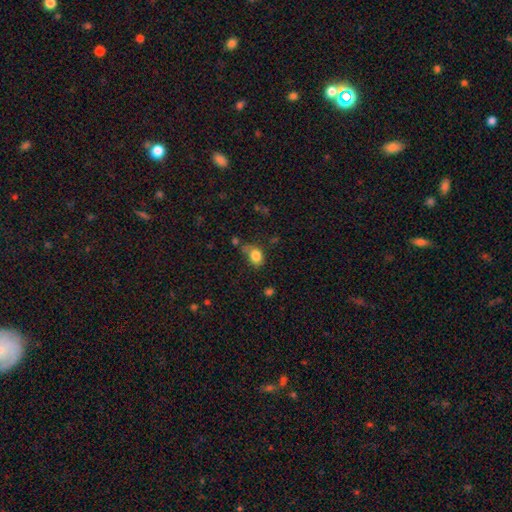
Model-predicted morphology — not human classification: smooth_or_featured: smooth (p=0.83) [alt: star or artifact p=0.10]
how_rounded: in between (p=0.53) [alt: round p=0.46]
merging: none (p=0.50) [alt: minor disturbance p=0.28]